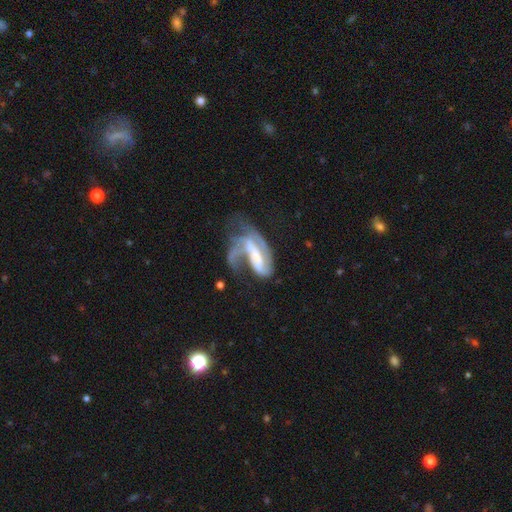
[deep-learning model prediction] Smooth or featured? Predicted: featured or disk (p=0.72). Edge-on disk? Predicted: no (p=0.93). Bar? Predicted: strong (p=0.42). Spiral arms? Predicted: yes (p=0.77). Spiral winding? Predicted: medium (p=0.39). Spiral arm count? Predicted: 2 (p=0.41). Bulge size? Predicted: none (p=0.29). Merging? Predicted: major disturbance (p=0.49).